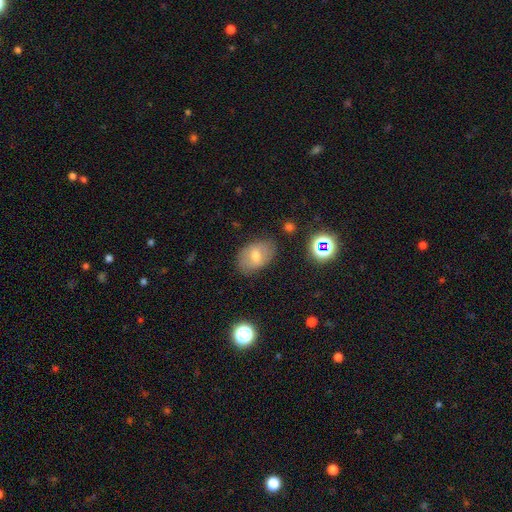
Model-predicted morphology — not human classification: smooth 59%, featured or disk 30%, star or artifact 12%. Down the decision tree: how rounded — in between (82%); merging — none (79%).